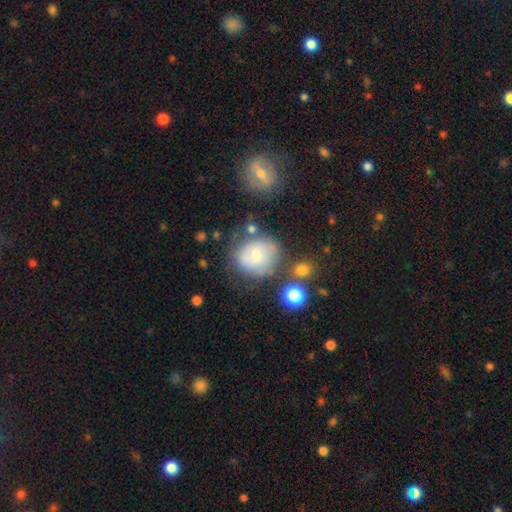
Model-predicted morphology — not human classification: A smooth galaxy with no disk features (67%) that is round (76%). Merging: none (56%).